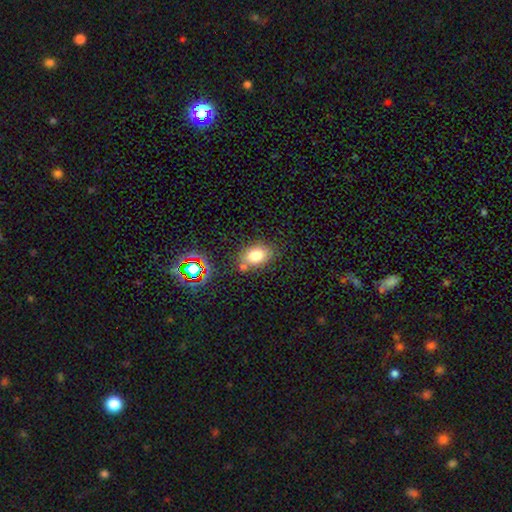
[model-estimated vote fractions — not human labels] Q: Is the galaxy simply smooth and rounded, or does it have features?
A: smooth — 76%.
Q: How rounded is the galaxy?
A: in between — 82%.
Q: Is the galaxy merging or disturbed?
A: none — 71%.